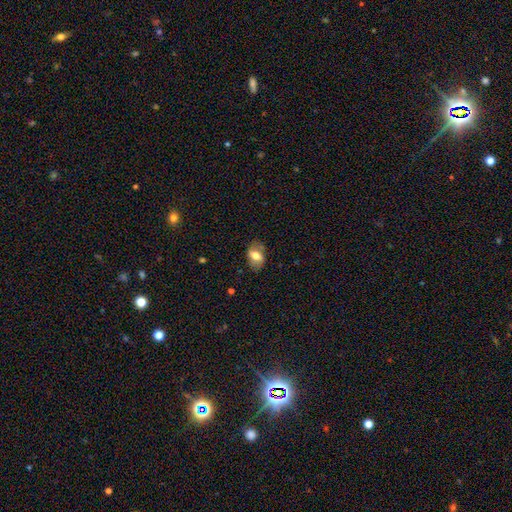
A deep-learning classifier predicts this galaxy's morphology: Smooth or featured: smooth — 60% (featured or disk — 32%)
How rounded: in between — 82% (round — 16%)
Merging: none — 73% (minor disturbance — 19%)